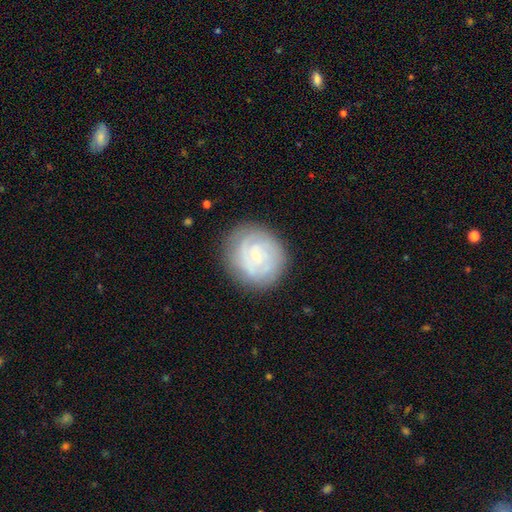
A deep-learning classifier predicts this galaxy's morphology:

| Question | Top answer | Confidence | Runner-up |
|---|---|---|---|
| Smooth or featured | featured or disk | 72% | smooth (21%) |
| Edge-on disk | no | 98% | yes (2%) |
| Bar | no | 71% | weak (24%) |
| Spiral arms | yes | 90% | no (10%) |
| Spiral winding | tight | 73% | medium (22%) |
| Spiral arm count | can't tell | 35% | 2 (26%) |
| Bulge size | small | 82% | moderate (13%) |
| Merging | none | 81% | minor disturbance (13%) |